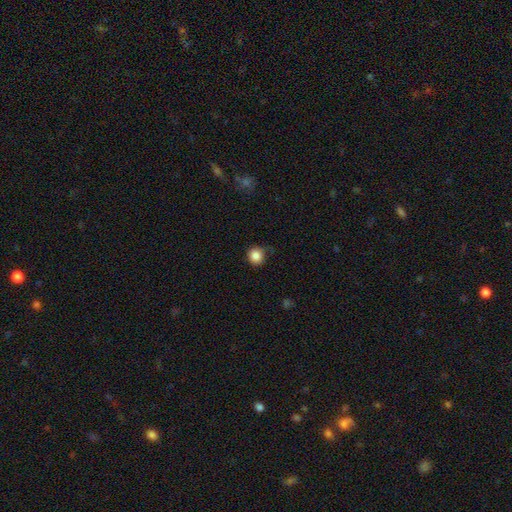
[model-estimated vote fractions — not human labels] Smooth or featured: smooth — 85% (star or artifact — 10%)
How rounded: round — 92% (in between — 7%)
Merging: none — 76% (minor disturbance — 18%)